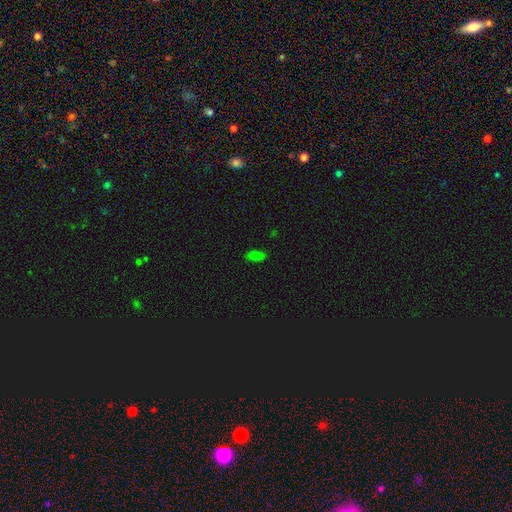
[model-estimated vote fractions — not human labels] A smooth galaxy with no disk features (81%) that is in between round and cigar-shaped (82%). Merging: none (85%).